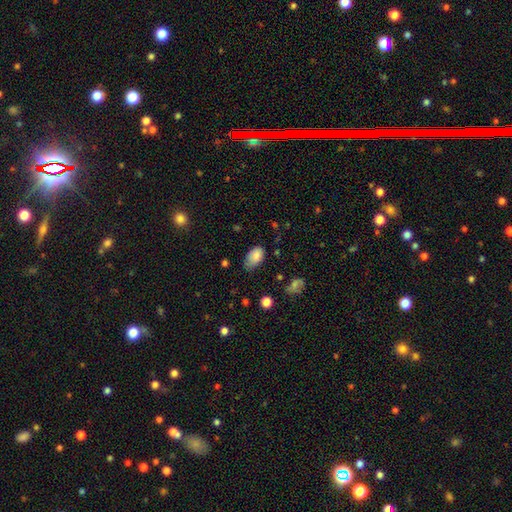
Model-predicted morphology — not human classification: Q: Smooth or featured?
A: smooth (83%); runner-up: featured or disk (9%)
Q: How rounded?
A: in between (92%); runner-up: round (6%)
Q: Merging?
A: none (50%); runner-up: minor disturbance (40%)